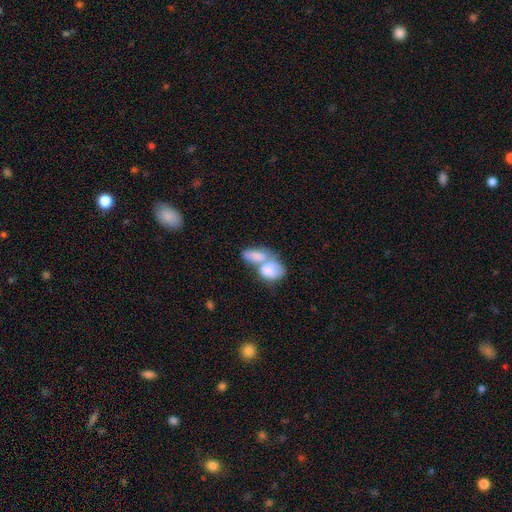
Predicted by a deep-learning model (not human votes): smooth 77%, featured or disk 17%, star or artifact 6%. Down the decision tree: how rounded — in between (87%); merging — merger (77%).